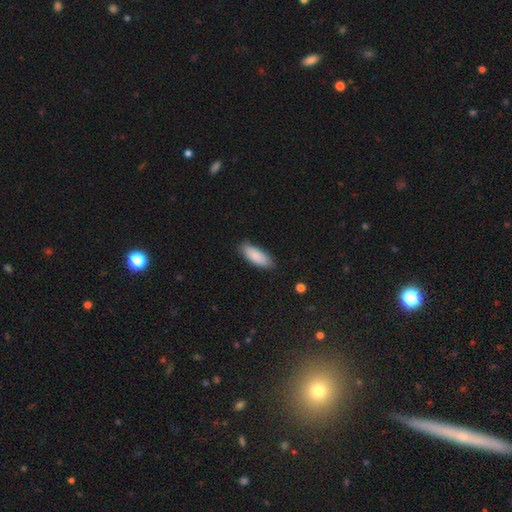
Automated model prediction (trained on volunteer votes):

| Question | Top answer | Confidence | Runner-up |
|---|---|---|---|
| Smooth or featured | smooth | 86% | featured or disk (9%) |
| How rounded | in between | 75% | cigar-shaped (23%) |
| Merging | none | 83% | minor disturbance (13%) |